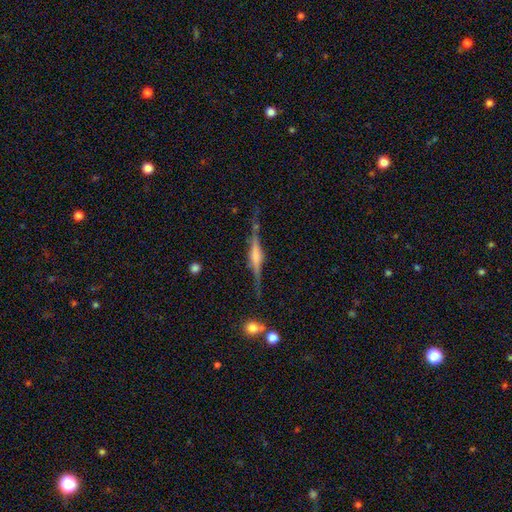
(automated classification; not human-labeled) This is clearly a featured or disk galaxy (82%). It is clearly viewed edge-on (98%). Edge-on bulge: likely rounded (70%). Merging: clearly none (82%).